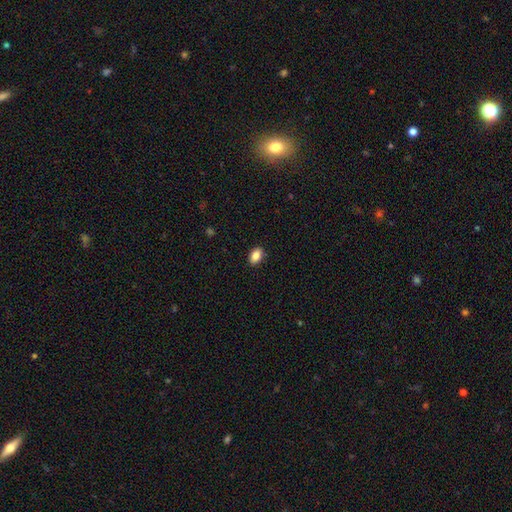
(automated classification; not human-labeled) This is clearly a smooth galaxy (87%). How rounded: clearly in between (88%). Merging: clearly none (89%).